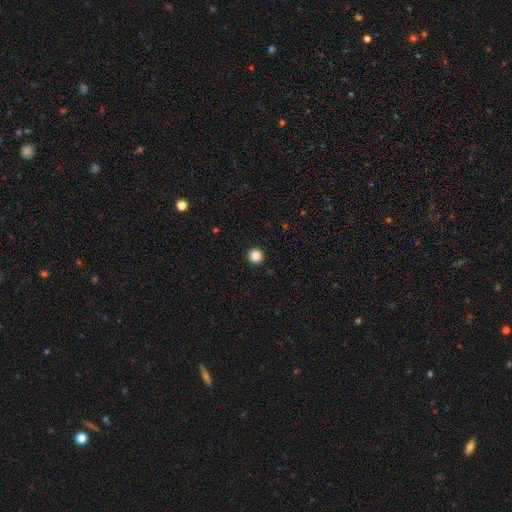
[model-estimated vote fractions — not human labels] Overall: smooth (85%). How rounded: round (96%). Merging: none (94%).